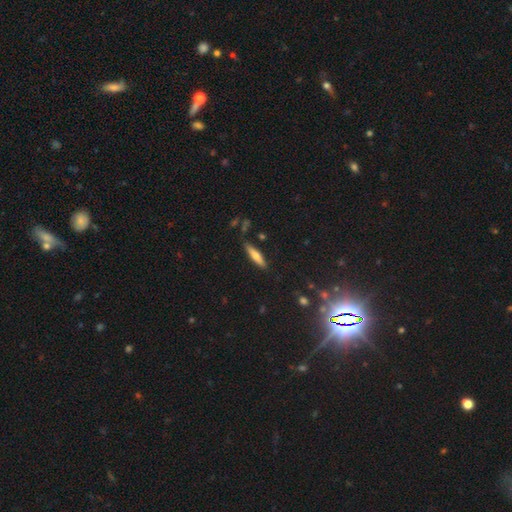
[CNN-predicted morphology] This is likely a smooth galaxy (61%). How rounded: likely cigar-shaped (78%). Merging: clearly none (85%).